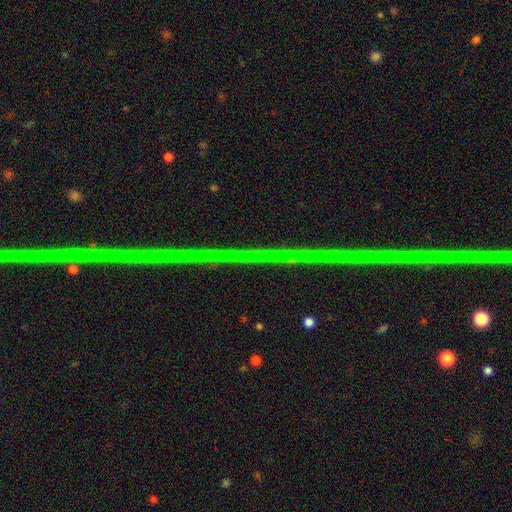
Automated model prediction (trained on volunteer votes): star or artifact 79%, featured or disk 15%, smooth 6%.